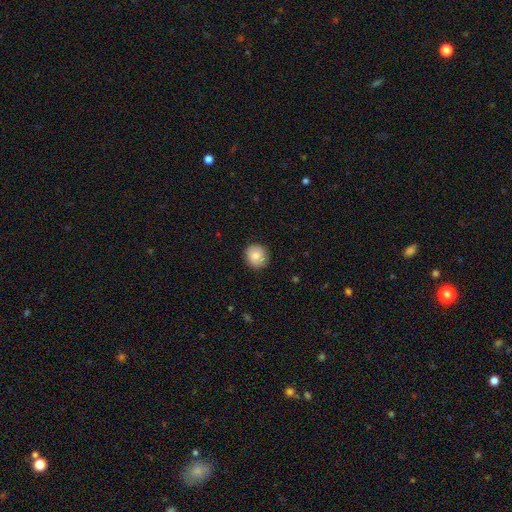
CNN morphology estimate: A smooth galaxy with no disk features (82%) that is round (88%). Merging: none (88%).